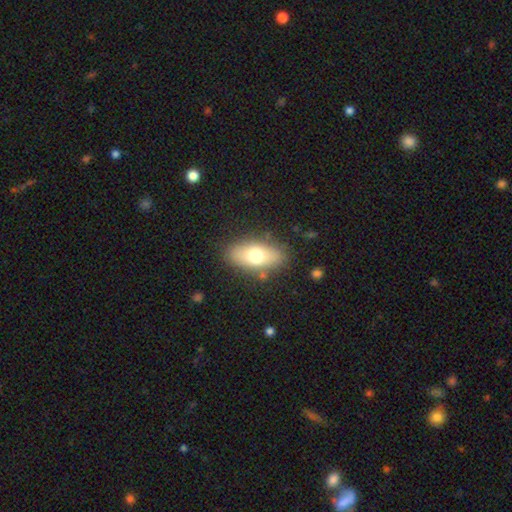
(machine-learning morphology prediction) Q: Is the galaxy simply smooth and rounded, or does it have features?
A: smooth — 68%.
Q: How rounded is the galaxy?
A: in between — 84%.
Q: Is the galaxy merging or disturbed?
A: none — 82%.